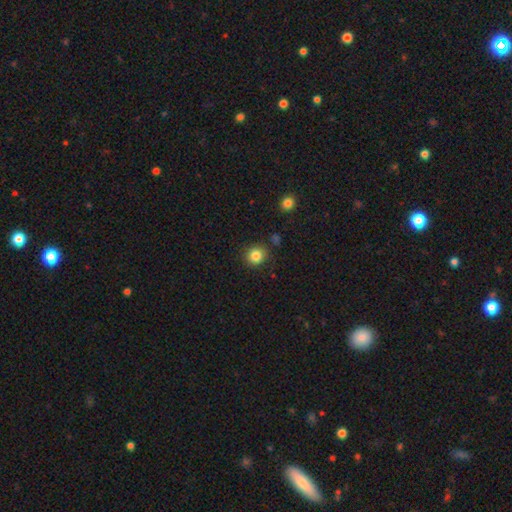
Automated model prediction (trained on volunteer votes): Smooth or featured?
  - smooth: 85% *
  - star or artifact: 11%
  - featured or disk: 5%
How rounded?
  - round: 90% *
  - in between: 9%
  - cigar-shaped: 1%
Merging?
  - none: 87% *
  - minor disturbance: 8%
  - merger: 3%
  - major disturbance: 3%